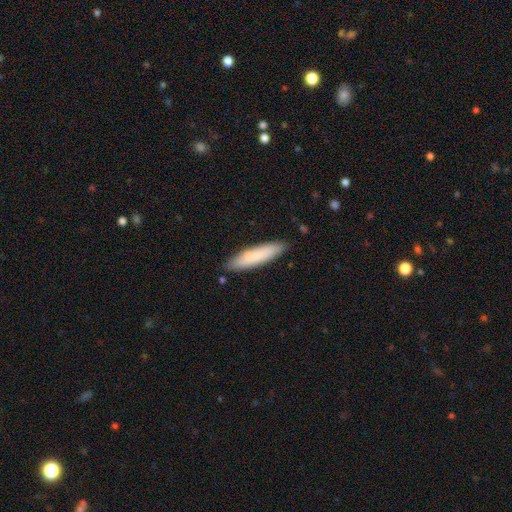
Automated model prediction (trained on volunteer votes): Smooth or featured?
  - smooth: 81% *
  - featured or disk: 13%
  - star or artifact: 6%
How rounded?
  - cigar-shaped: 79% *
  - in between: 20%
  - round: 1%
Merging?
  - none: 87% *
  - minor disturbance: 10%
  - major disturbance: 2%
  - merger: 1%